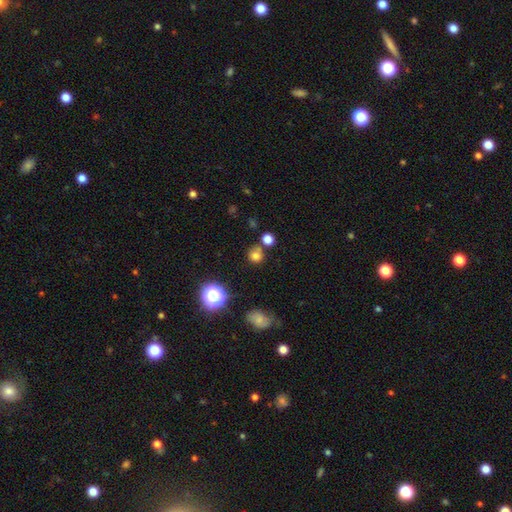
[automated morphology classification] smooth-or-featured: smooth: 72% | star or artifact: 20% | featured or disk: 7%
  how-rounded: round: 87% | in between: 12% | cigar-shaped: 1%
  merging: none: 69% | merger: 17% | minor disturbance: 10% | major disturbance: 4%